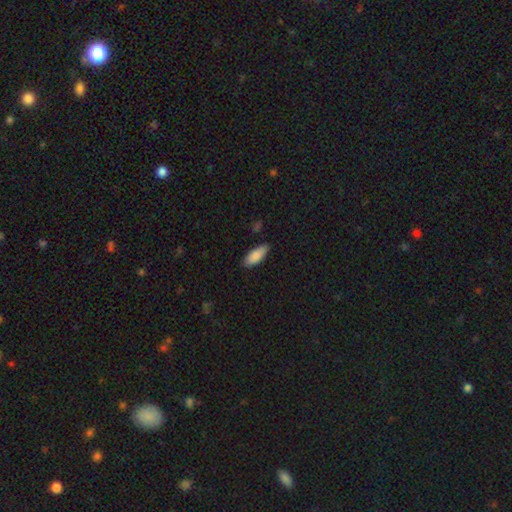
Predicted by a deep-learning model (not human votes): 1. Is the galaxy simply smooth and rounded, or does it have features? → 88% smooth, 6% star or artifact, 6% featured or disk.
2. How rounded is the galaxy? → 75% in between, 23% cigar-shaped, 2% round.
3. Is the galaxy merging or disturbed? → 84% none, 12% minor disturbance, 2% major disturbance, 1% merger.